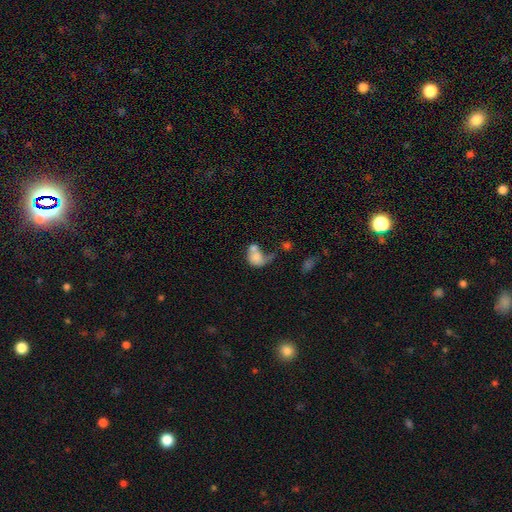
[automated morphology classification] Smooth or featured? smooth (70%)
How rounded? in between (62%)
Merging? merger (51%)